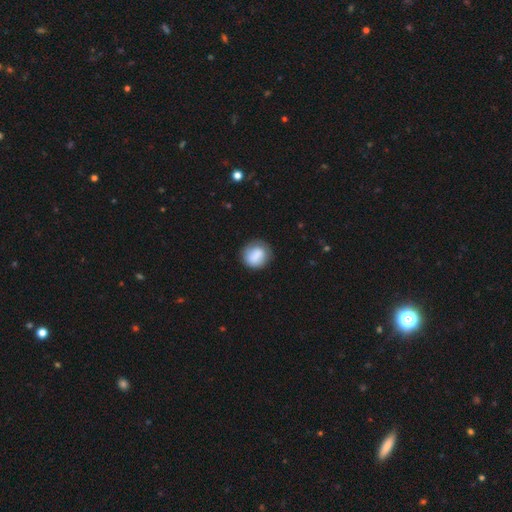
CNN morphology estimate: A smooth galaxy with no disk features (83%) that is round (83%). Merging: none (75%).